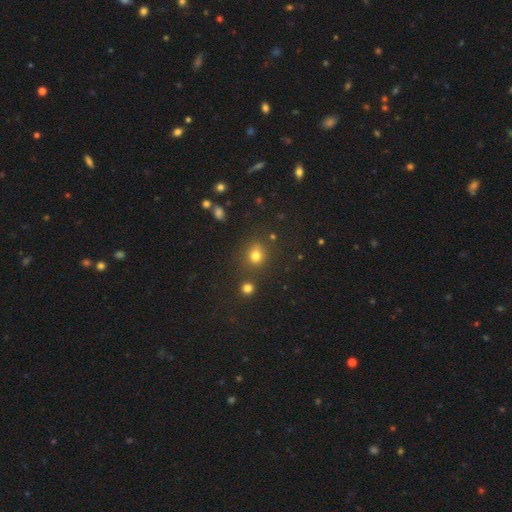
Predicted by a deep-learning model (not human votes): Overall: smooth (76%). How rounded: round (83%). Merging: none (77%).